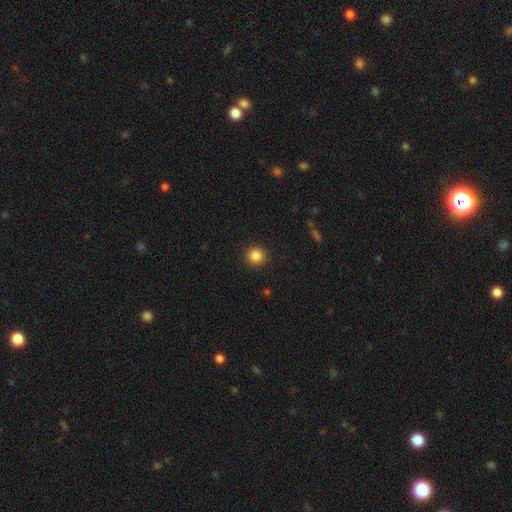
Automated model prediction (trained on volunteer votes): A smooth galaxy with no disk features (85%) that is round (95%). Merging: none (92%).